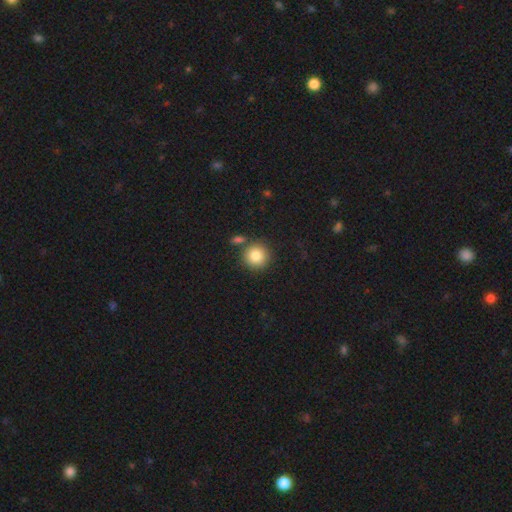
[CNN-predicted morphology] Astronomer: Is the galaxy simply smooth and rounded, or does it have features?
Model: smooth — 85%.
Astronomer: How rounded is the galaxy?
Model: round — 93%.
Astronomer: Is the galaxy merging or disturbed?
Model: none — 76%.